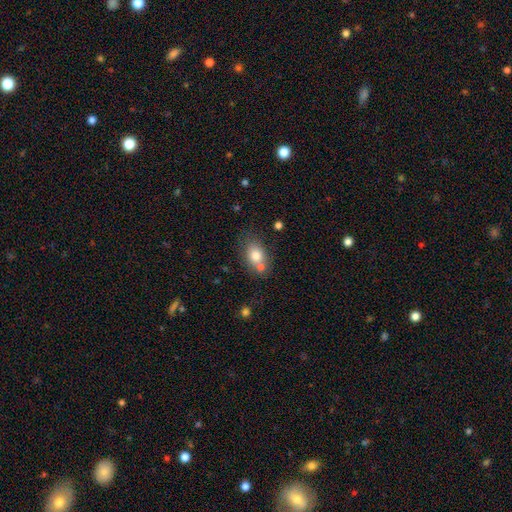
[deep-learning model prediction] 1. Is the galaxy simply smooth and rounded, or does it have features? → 78% smooth, 13% featured or disk, 9% star or artifact.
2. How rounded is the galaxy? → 74% in between, 24% round, 2% cigar-shaped.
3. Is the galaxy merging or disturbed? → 55% none, 25% merger, 15% minor disturbance, 5% major disturbance.